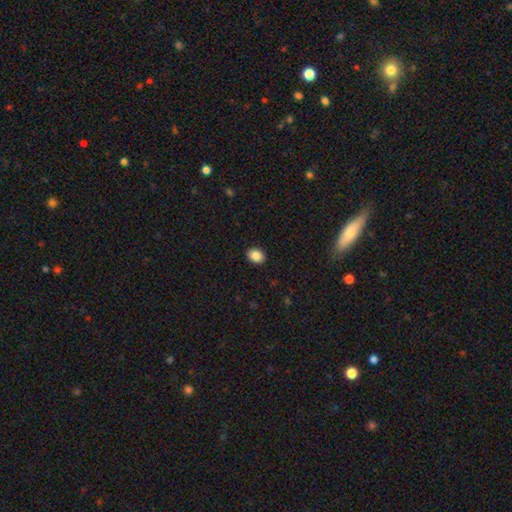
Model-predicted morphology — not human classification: Smooth or featured? Predicted: smooth (p=0.87). How rounded? Predicted: in between (p=0.65). Merging? Predicted: none (p=0.91).